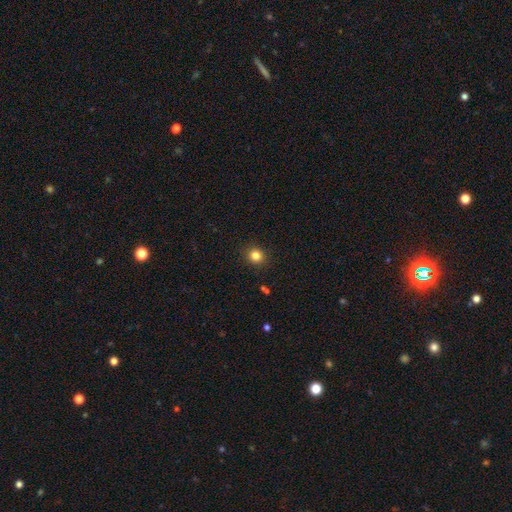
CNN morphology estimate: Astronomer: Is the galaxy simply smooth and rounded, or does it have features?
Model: smooth — 83%.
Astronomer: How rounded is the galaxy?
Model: round — 83%.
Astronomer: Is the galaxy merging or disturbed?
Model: none — 90%.